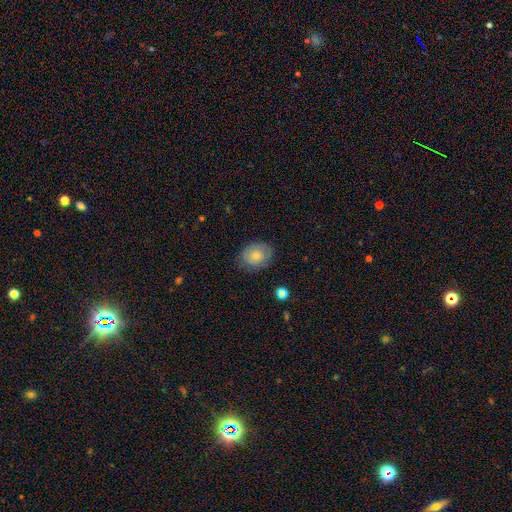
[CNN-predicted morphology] A smooth galaxy with no disk features (73%) that is in between round and cigar-shaped (50%, tied with round).

Vote fractions:
- Smooth or featured? smooth: 73% / featured or disk: 19% / star or artifact: 8%
- How rounded? in between: 50% (tied) / round: 50% (tied) / cigar-shaped: 1%
- Merging? none: 78% / minor disturbance: 16% / major disturbance: 4% / merger: 1%